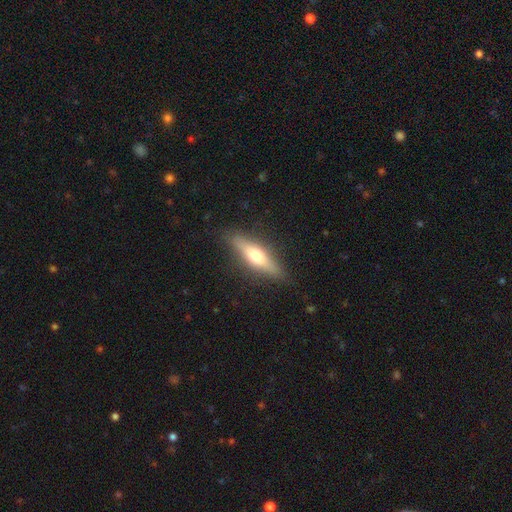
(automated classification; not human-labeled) This is possibly a smooth galaxy (47%, tied with featured or disk). Merging: clearly none (87%).